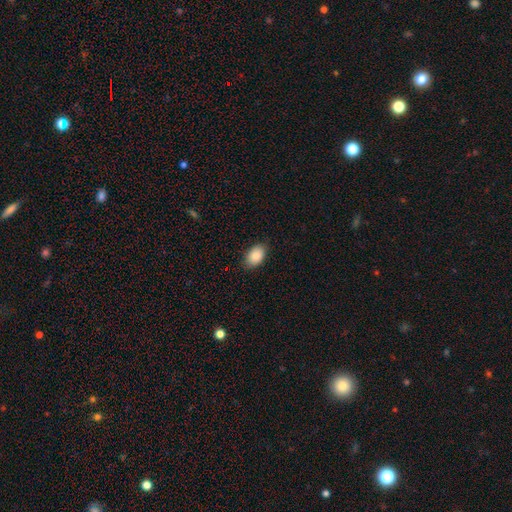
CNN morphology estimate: This is clearly a smooth galaxy (88%). How rounded: clearly in between (89%). Merging: clearly none (85%).